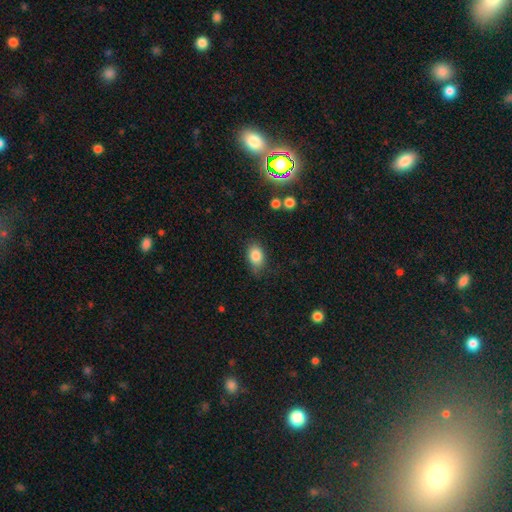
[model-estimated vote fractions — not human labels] Smooth or featured: smooth — 84% (star or artifact — 9%)
How rounded: in between — 81% (round — 18%)
Merging: none — 74% (minor disturbance — 20%)